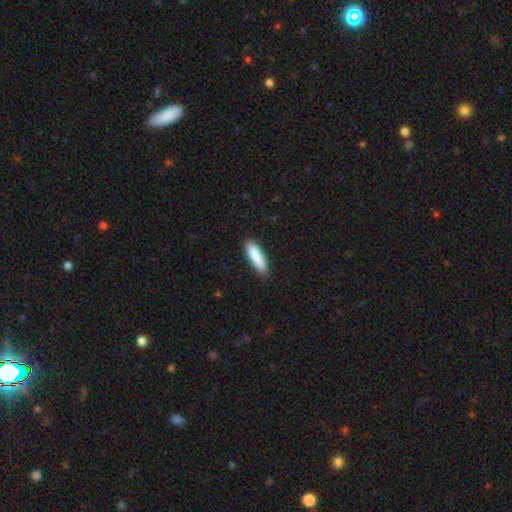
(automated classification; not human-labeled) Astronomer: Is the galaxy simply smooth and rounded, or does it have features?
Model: smooth — 88%.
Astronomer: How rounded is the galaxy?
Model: cigar-shaped — 66%.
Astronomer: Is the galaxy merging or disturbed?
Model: none — 87%.